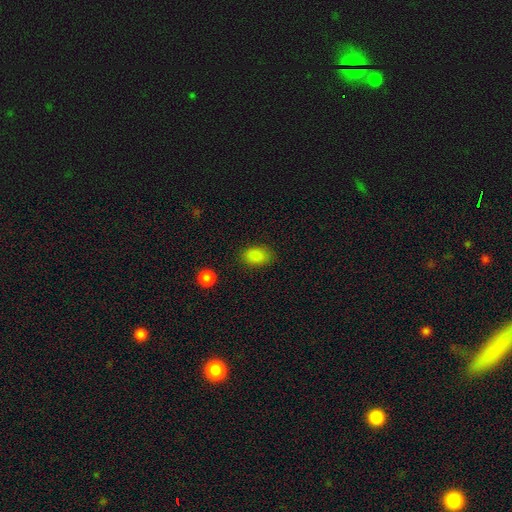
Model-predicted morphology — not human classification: Smooth or featured: smooth — 86% (star or artifact — 10%)
How rounded: in between — 81% (round — 18%)
Merging: none — 81% (minor disturbance — 14%)